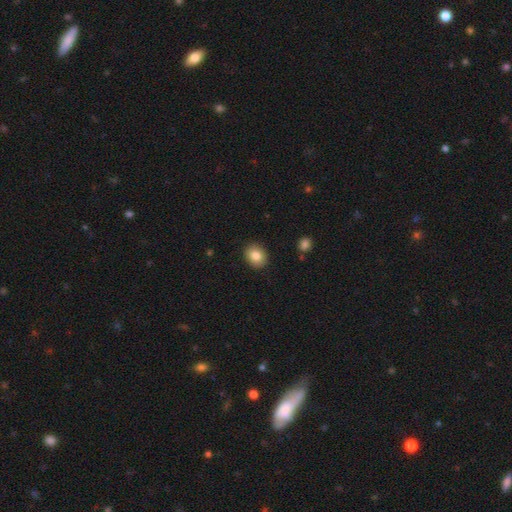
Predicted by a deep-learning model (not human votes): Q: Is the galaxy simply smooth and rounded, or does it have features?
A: smooth — 84%.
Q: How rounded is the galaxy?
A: round — 60%.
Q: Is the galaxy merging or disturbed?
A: none — 90%.